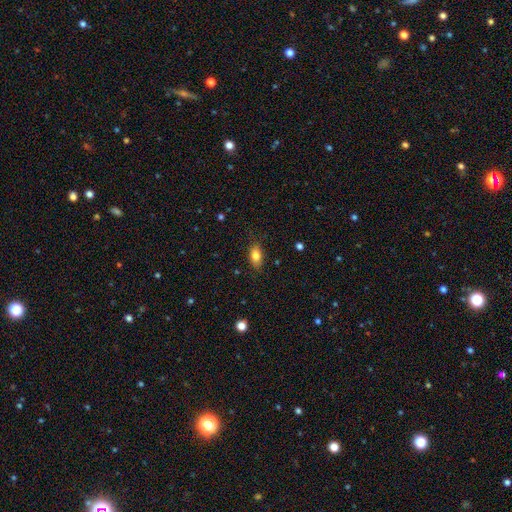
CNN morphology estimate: A smooth galaxy with no disk features (81%) that is in between round and cigar-shaped (85%). Merging: none (81%).